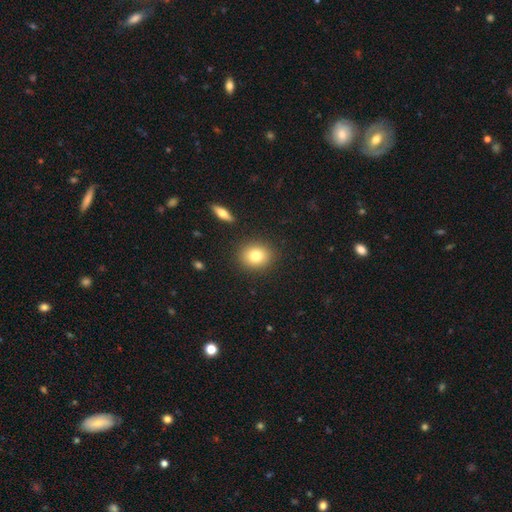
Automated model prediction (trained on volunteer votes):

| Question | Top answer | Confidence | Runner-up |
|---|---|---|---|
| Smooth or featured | smooth | 79% | featured or disk (11%) |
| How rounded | round | 68% | in between (31%) |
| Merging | none | 88% | minor disturbance (7%) |